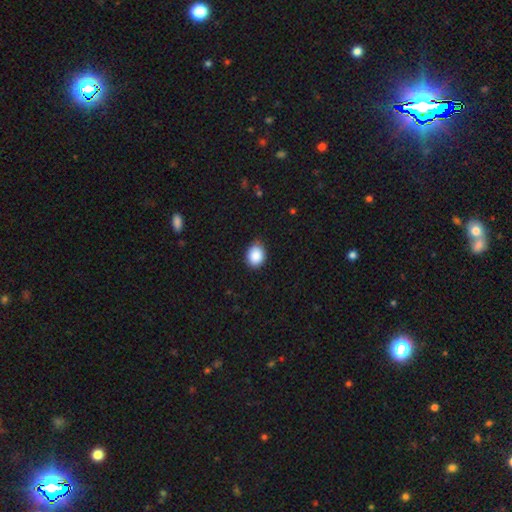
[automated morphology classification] Smooth or featured? smooth (89%)
How rounded? in between (55%)
Merging? none (81%)